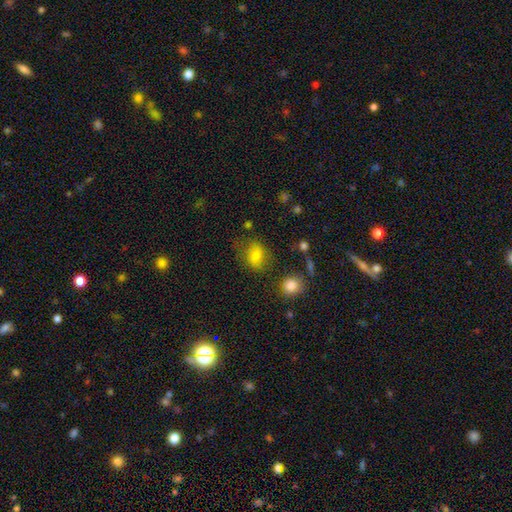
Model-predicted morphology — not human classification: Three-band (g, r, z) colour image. It shows a smooth galaxy with no disk features (78%) that is in between round and cigar-shaped (60%). Merging: none (67%).